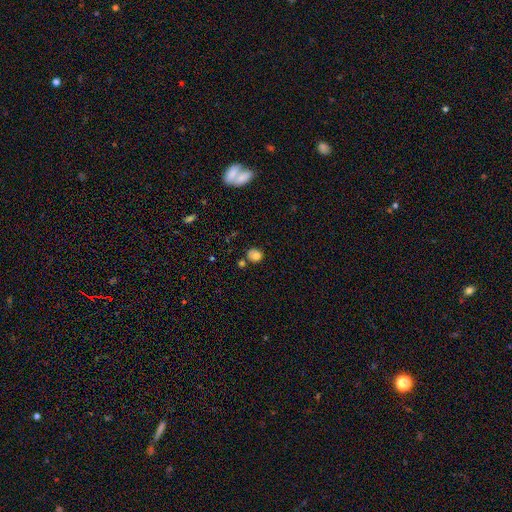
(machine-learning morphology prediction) smooth_or_featured: smooth (p=0.75) [alt: featured or disk p=0.14]
how_rounded: round (p=0.73) [alt: in between p=0.26]
merging: none (p=0.55) [alt: minor disturbance p=0.20]